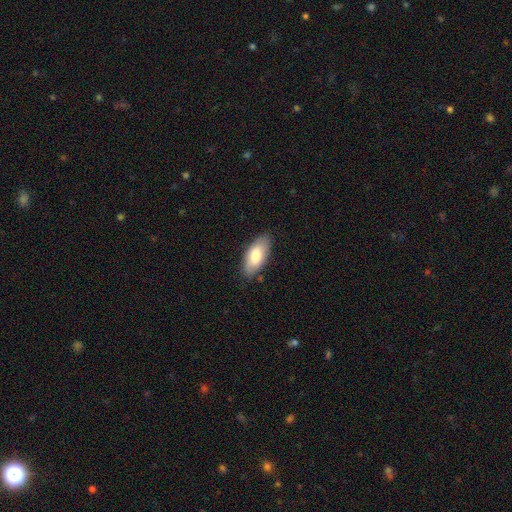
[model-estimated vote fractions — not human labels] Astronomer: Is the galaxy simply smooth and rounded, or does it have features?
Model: smooth — 78%.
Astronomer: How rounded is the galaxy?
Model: in between — 90%.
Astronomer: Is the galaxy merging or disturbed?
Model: none — 83%.